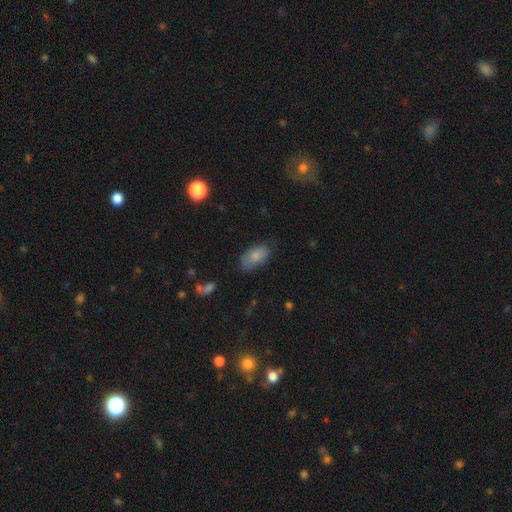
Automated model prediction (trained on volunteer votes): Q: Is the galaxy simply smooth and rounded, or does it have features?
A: smooth — 80%.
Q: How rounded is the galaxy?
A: in between — 93%.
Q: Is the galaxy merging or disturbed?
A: none — 68%.